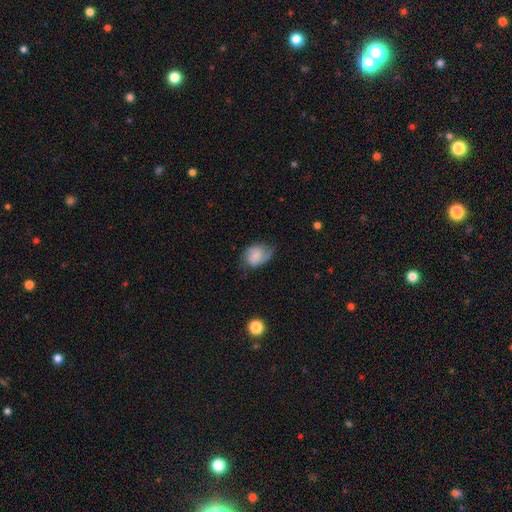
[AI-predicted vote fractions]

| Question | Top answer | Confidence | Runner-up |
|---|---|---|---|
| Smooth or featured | smooth | 62% | featured or disk (29%) |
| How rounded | in between | 72% | round (27%) |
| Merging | none | 50% | minor disturbance (35%) |